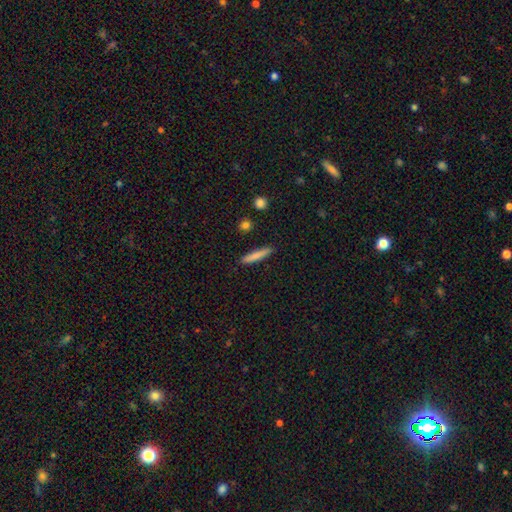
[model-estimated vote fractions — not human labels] Q: Smooth or featured?
A: smooth (79%); runner-up: featured or disk (15%)
Q: How rounded?
A: cigar-shaped (92%); runner-up: in between (6%)
Q: Merging?
A: none (90%); runner-up: minor disturbance (7%)